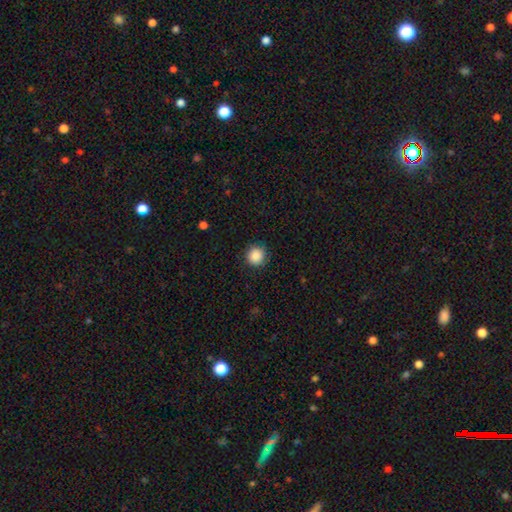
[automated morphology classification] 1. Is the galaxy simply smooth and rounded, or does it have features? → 87% smooth, 9% star or artifact, 4% featured or disk.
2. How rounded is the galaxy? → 93% round, 6% in between, 1% cigar-shaped.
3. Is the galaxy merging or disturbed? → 87% none, 10% minor disturbance, 2% major disturbance, 1% merger.